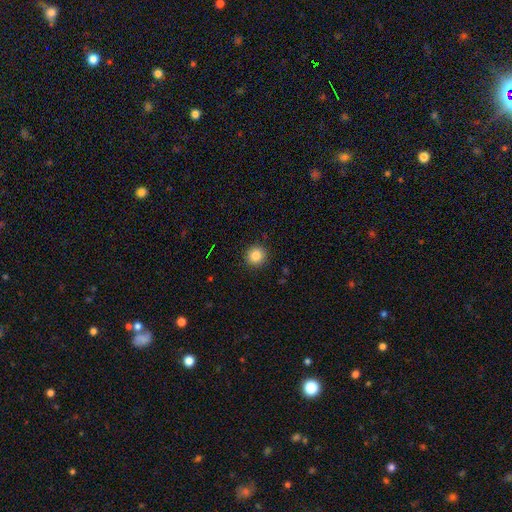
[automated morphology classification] Smooth or featured?
  - smooth: 85% *
  - star or artifact: 10%
  - featured or disk: 5%
How rounded?
  - round: 92% *
  - in between: 7%
  - cigar-shaped: 1%
Merging?
  - none: 92% *
  - minor disturbance: 5%
  - major disturbance: 2%
  - merger: 1%